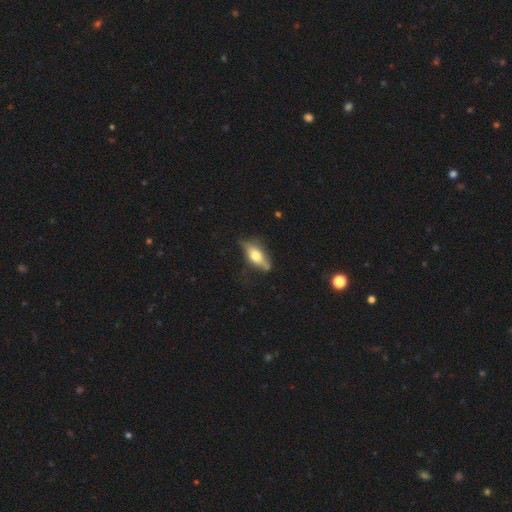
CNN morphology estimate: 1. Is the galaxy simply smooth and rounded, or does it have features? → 50% smooth, 44% featured or disk, 7% star or artifact.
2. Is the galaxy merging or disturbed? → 65% none, 25% minor disturbance, 7% major disturbance, 3% merger.